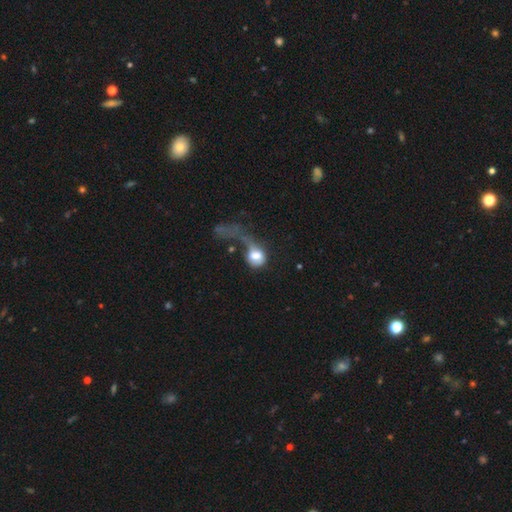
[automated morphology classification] smooth-or-featured: smooth: 64% | featured or disk: 27% | star or artifact: 9%
  how-rounded: round: 56% | in between: 41% | cigar-shaped: 3%
  merging: major disturbance: 68% | none: 11% | merger: 11% | minor disturbance: 10%